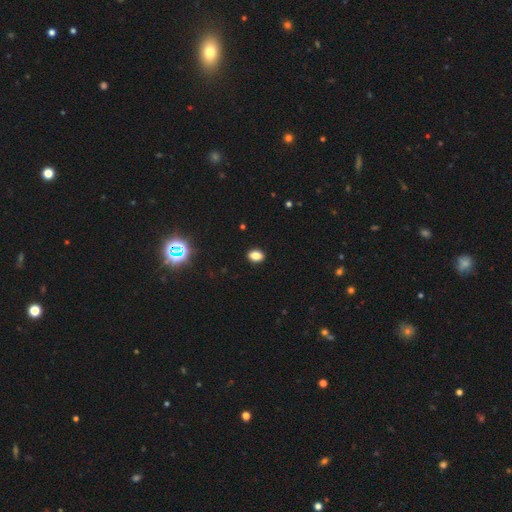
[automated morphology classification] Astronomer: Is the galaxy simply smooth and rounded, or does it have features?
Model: smooth — 83%.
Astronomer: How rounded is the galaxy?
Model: in between — 78%.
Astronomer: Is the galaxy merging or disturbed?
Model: none — 91%.